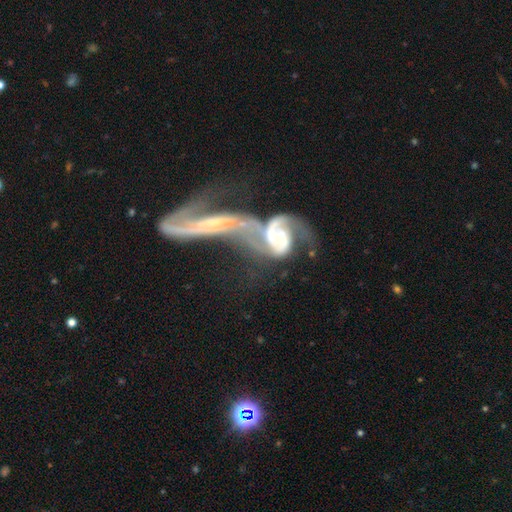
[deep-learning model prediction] A featured or disk galaxy (78%) with no bar (49%), 2 (71%) loose (61%) spiral arms (82%) and a small central bulge (39%). Merging: merger (71%).